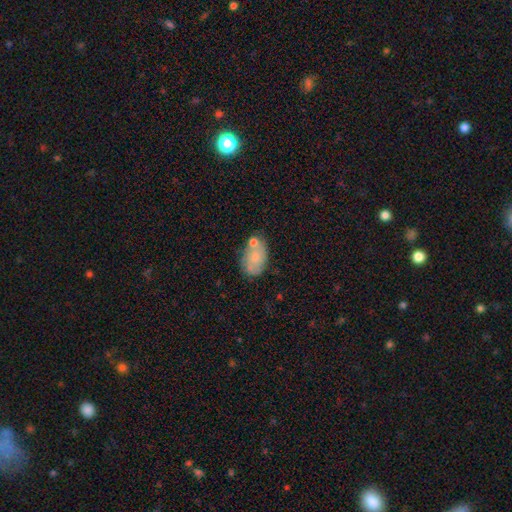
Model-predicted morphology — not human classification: This is likely a smooth galaxy (65%). How rounded: clearly in between (87%). Merging: possibly none (48%).